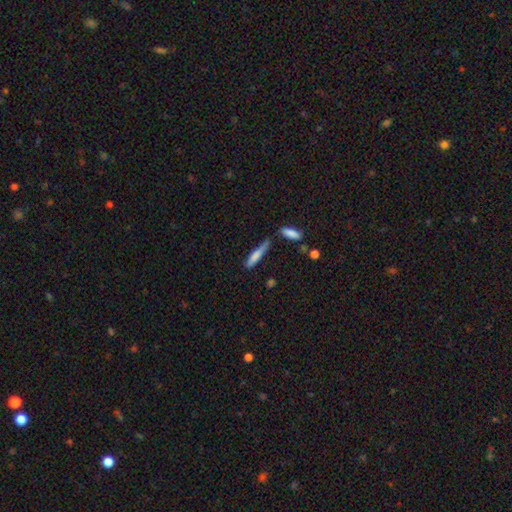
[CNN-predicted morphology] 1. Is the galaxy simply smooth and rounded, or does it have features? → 74% smooth, 19% featured or disk, 6% star or artifact.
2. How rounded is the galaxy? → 86% cigar-shaped, 13% in between, 2% round.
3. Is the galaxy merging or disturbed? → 57% none, 24% minor disturbance, 12% merger, 7% major disturbance.